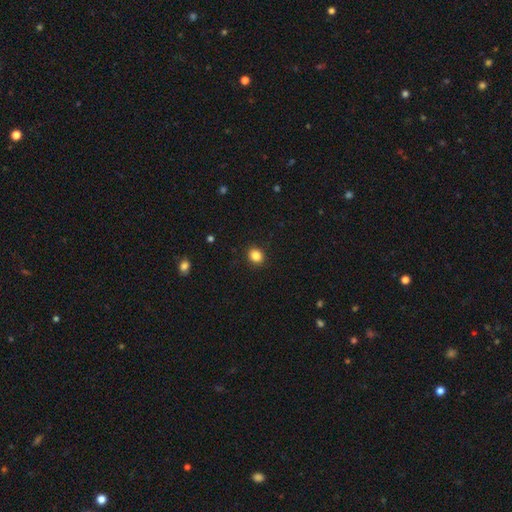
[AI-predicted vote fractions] Smooth or featured: smooth — 86% (star or artifact — 10%)
How rounded: round — 68% (in between — 32%)
Merging: none — 91% (minor disturbance — 6%)